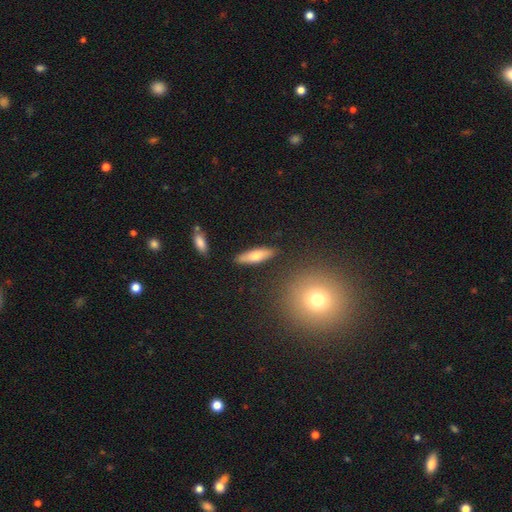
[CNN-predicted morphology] The model was most divided on "how rounded": cigar-shaped: 57%, in between: 41%, round: 2%. More confident: merging — none (86%); smooth or featured — smooth (69%).